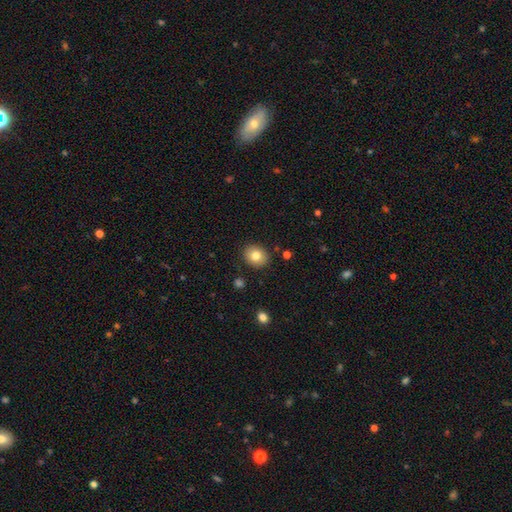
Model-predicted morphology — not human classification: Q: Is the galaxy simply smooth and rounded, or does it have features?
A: smooth — 81%.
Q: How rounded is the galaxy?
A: round — 60%.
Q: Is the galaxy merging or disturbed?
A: none — 88%.